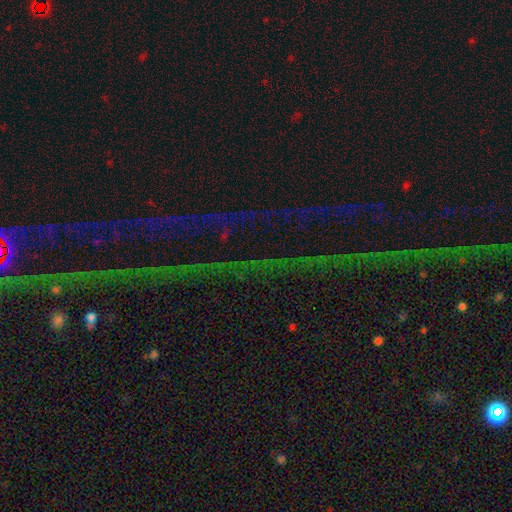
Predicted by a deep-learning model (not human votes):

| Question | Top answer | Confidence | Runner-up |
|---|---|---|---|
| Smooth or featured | star or artifact | 78% | featured or disk (12%) |